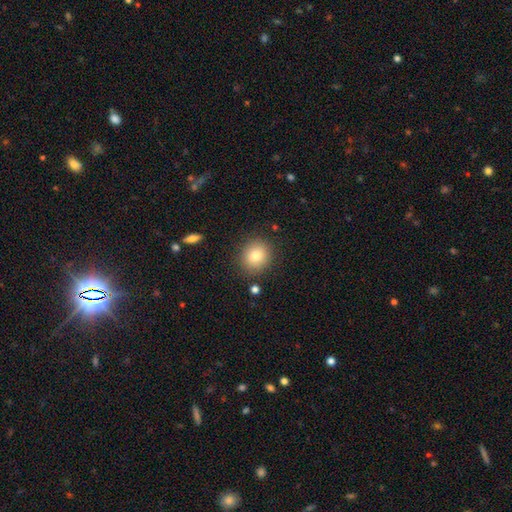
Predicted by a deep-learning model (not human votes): This is clearly a smooth galaxy (81%). How rounded: likely round (80%). Merging: clearly none (87%).